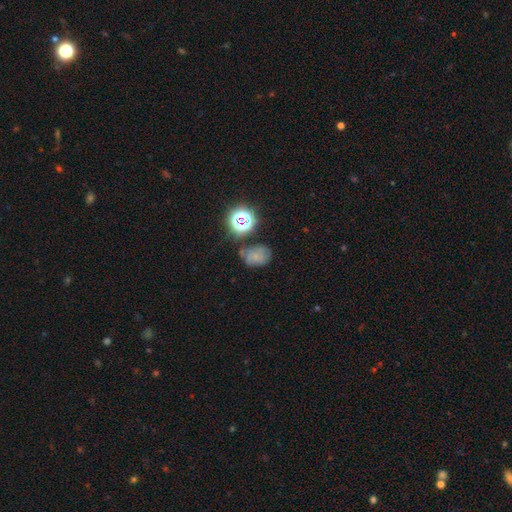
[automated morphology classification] Smooth or featured? Predicted: smooth (p=0.46). Merging? Predicted: none (p=0.57).